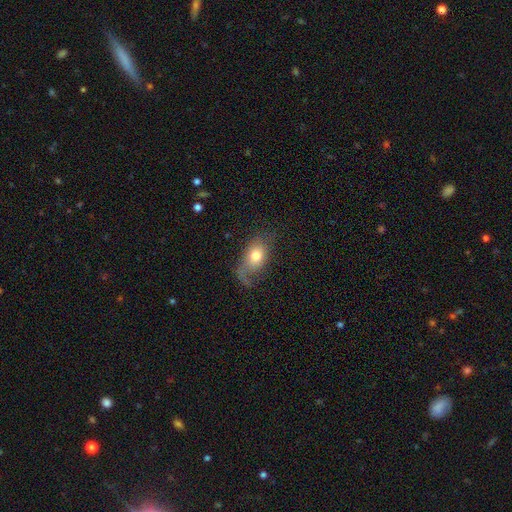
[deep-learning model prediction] smooth_or_featured: smooth (p=0.69) [alt: featured or disk p=0.23]
how_rounded: in between (p=0.80) [alt: round p=0.17]
merging: none (p=0.42) [alt: major disturbance p=0.29]